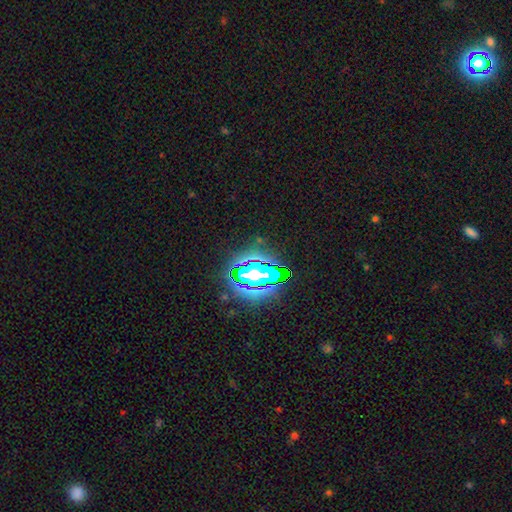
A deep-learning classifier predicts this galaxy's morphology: smooth-or-featured: star or artifact: 78% | smooth: 12% | featured or disk: 10%